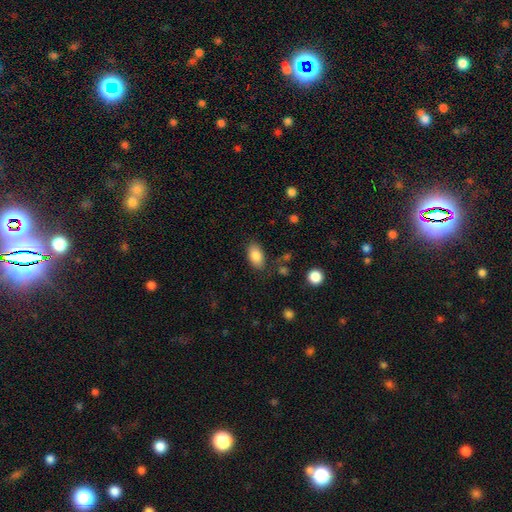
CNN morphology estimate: A smooth galaxy with no disk features (84%) that is in between round and cigar-shaped (92%).

Vote fractions:
- Smooth or featured? smooth: 84% / featured or disk: 8% / star or artifact: 8%
- How rounded? in between: 92% / round: 6% / cigar-shaped: 2%
- Merging? none: 82% / minor disturbance: 12% / major disturbance: 3% / merger: 2%